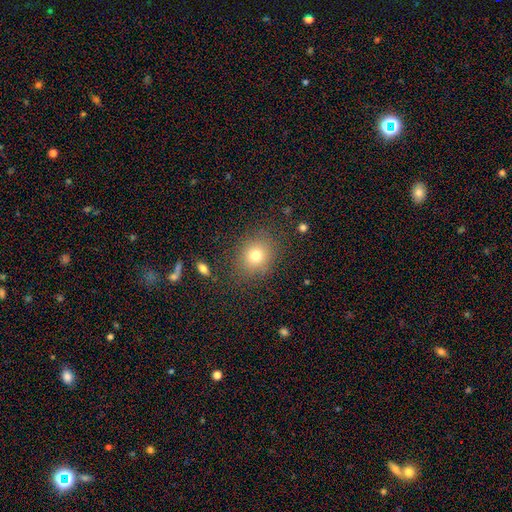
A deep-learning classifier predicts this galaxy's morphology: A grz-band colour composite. It shows a smooth galaxy with no disk features (75%) that is round (65%). Merging: none (83%).